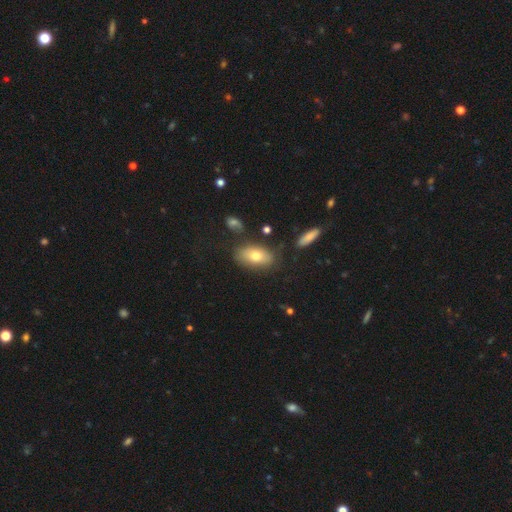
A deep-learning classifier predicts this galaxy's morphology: smooth-or-featured: smooth: 71% | featured or disk: 21% | star or artifact: 8%
  how-rounded: in between: 89% | round: 7% | cigar-shaped: 5%
  merging: none: 73% | minor disturbance: 16% | merger: 6% | major disturbance: 5%